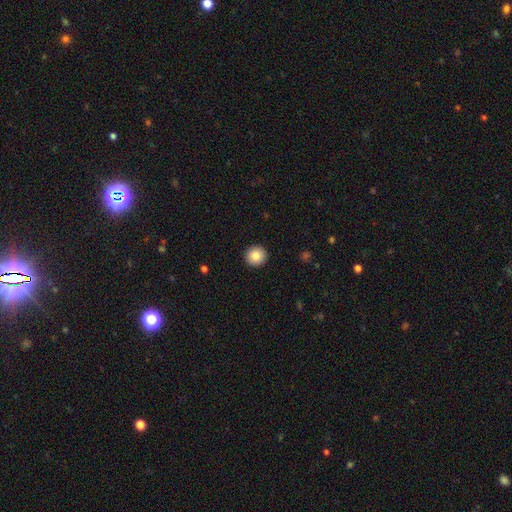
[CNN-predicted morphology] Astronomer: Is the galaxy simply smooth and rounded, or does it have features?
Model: smooth — 86%.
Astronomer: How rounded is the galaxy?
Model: round — 93%.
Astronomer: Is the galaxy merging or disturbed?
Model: none — 93%.